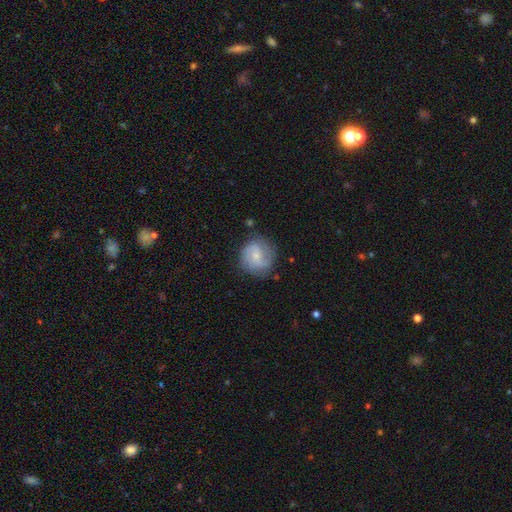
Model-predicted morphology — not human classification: Q: Smooth or featured?
A: featured or disk (69%); runner-up: smooth (25%)
Q: Edge-on disk?
A: no (98%); runner-up: yes (2%)
Q: Bar?
A: no (53%); runner-up: weak (40%)
Q: Spiral arms?
A: yes (93%); runner-up: no (7%)
Q: Spiral winding?
A: medium (46%); runner-up: tight (31%)
Q: Spiral arm count?
A: 2 (56%); runner-up: 3 (17%)
Q: Bulge size?
A: small (66%); runner-up: moderate (27%)
Q: Merging?
A: none (75%); runner-up: minor disturbance (17%)